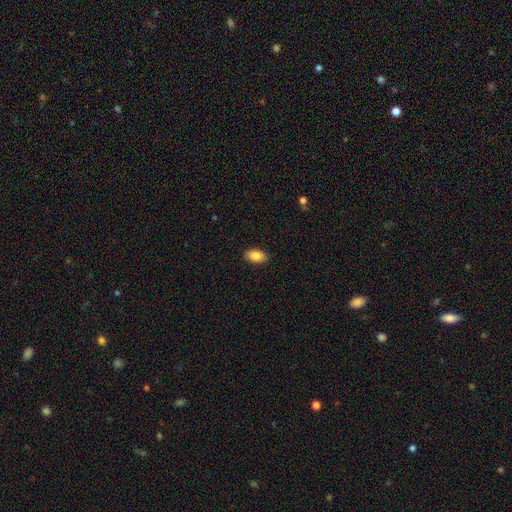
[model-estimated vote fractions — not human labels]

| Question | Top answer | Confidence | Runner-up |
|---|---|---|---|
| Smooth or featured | smooth | 87% | star or artifact (7%) |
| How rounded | in between | 93% | round (5%) |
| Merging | none | 89% | minor disturbance (8%) |